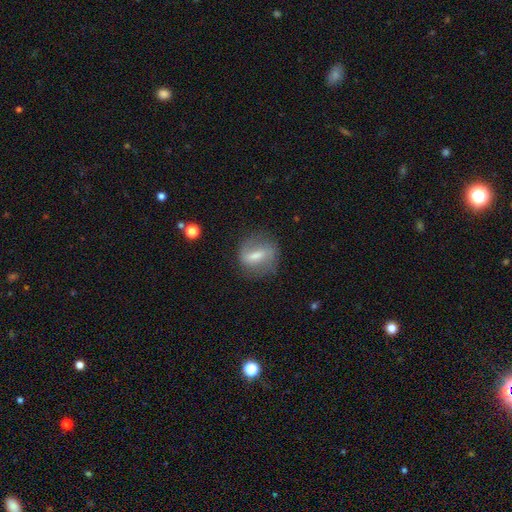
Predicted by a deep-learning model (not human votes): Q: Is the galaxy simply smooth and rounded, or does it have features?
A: smooth — 49%.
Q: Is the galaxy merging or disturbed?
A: none — 69%.